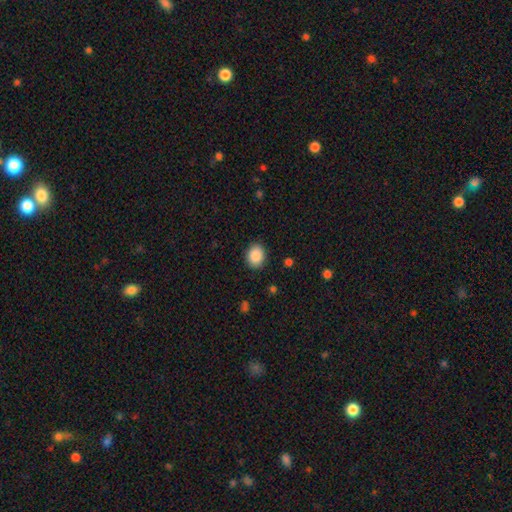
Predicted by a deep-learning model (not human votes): This appears to be a smooth galaxy with no disk features (89%) that is round (59%). Merging: none (88%).